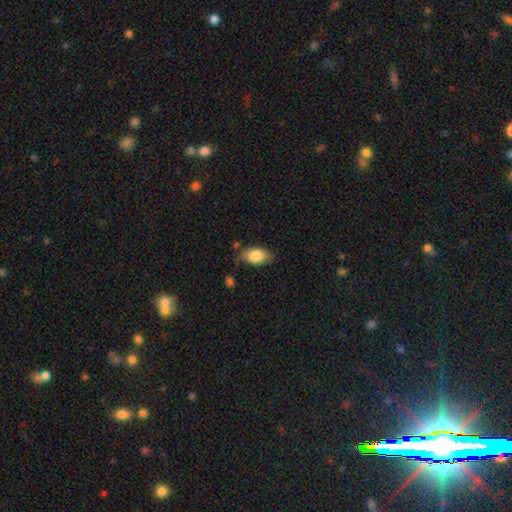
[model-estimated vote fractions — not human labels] Smooth or featured? Predicted: smooth (p=0.83). How rounded? Predicted: in between (p=0.90). Merging? Predicted: none (p=0.68).